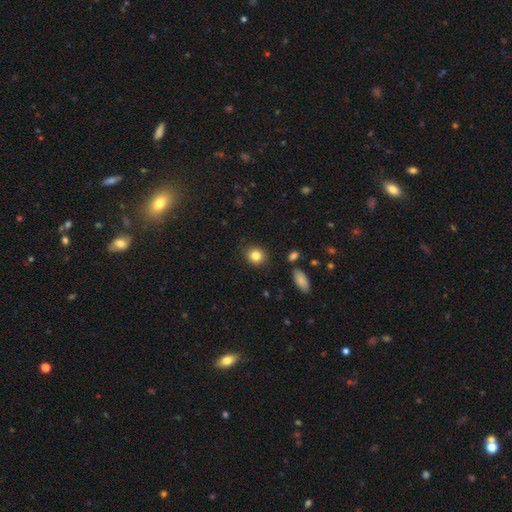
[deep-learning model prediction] Smooth or featured? smooth (84%)
How rounded? round (76%)
Merging? none (85%)